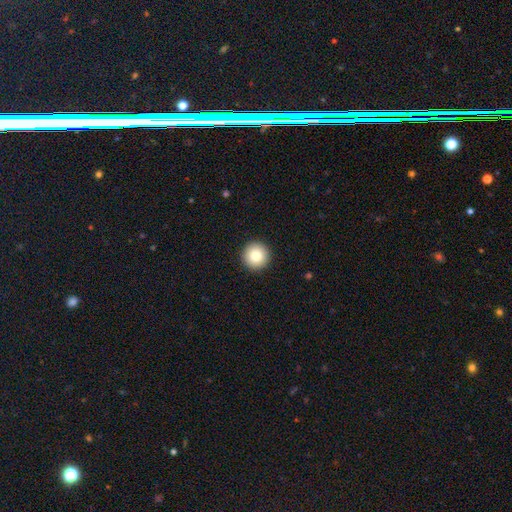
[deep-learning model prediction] A smooth galaxy with no disk features (83%) that is round (97%). Merging: none (94%).